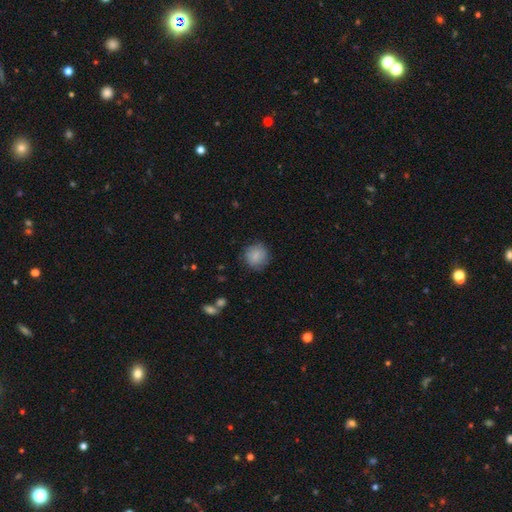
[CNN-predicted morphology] Smooth or featured? Predicted: smooth (p=0.80). How rounded? Predicted: round (p=0.86). Merging? Predicted: none (p=0.77).